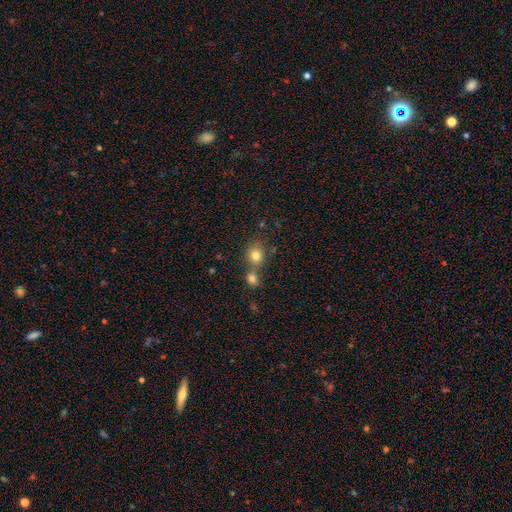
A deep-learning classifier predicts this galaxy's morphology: Smooth or featured? smooth (79%)
How rounded? round (74%)
Merging? none (49%)